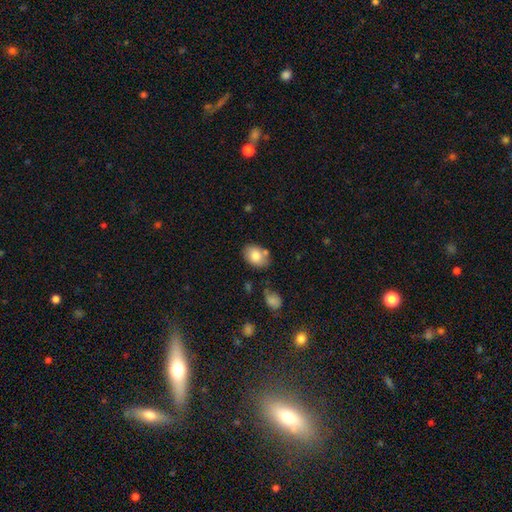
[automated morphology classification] smooth_or_featured: smooth (p=0.81) [alt: featured or disk p=0.11]
how_rounded: in between (p=0.76) [alt: round p=0.23]
merging: none (p=0.70) [alt: minor disturbance p=0.16]